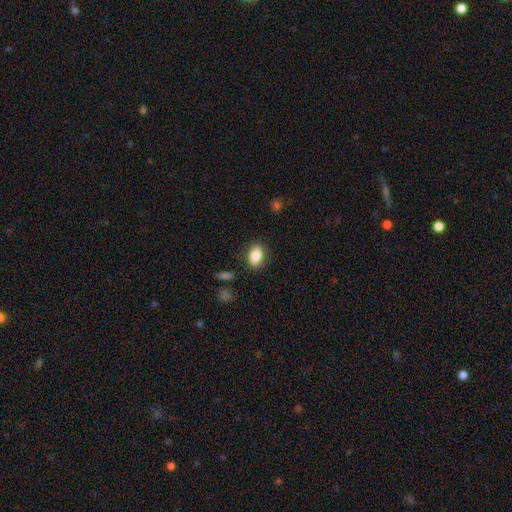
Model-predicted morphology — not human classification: Smooth or featured? Predicted: smooth (p=0.83). How rounded? Predicted: in between (p=0.84). Merging? Predicted: none (p=0.83).